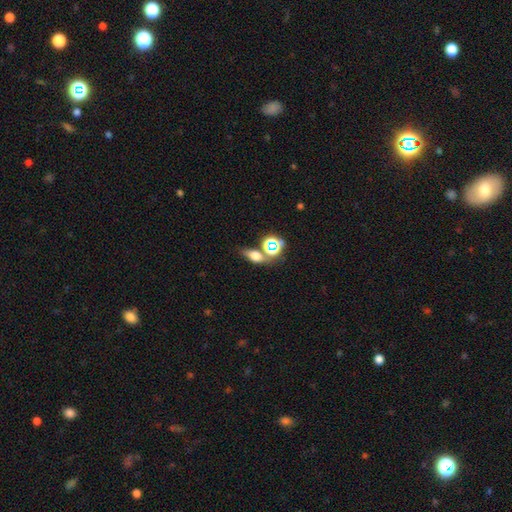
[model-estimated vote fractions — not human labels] Overall: smooth (56%; star or artifact 27%). How rounded: in between (63%; round 24%). Merging: none (58%; merger 22%).